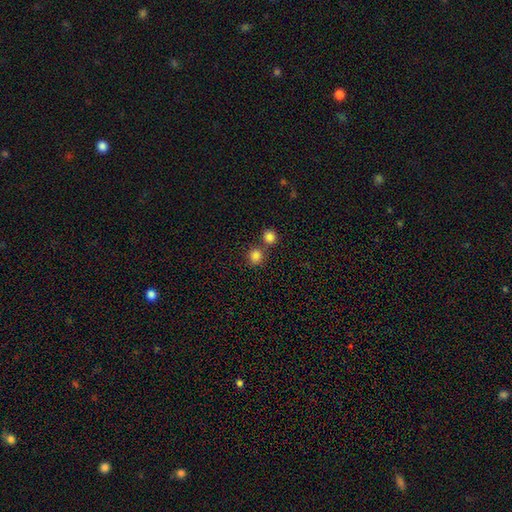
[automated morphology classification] Smooth or featured? Predicted: smooth (p=0.83). How rounded? Predicted: round (p=0.84). Merging? Predicted: none (p=0.62).